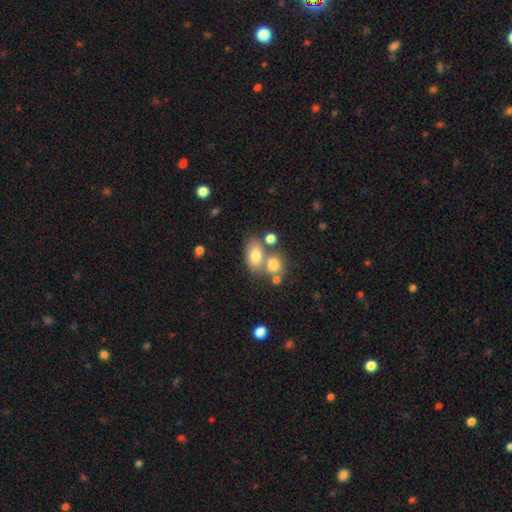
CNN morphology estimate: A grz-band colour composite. It shows a smooth galaxy with no disk features (75%) that is in between round and cigar-shaped (81%). Merging: none (49%).